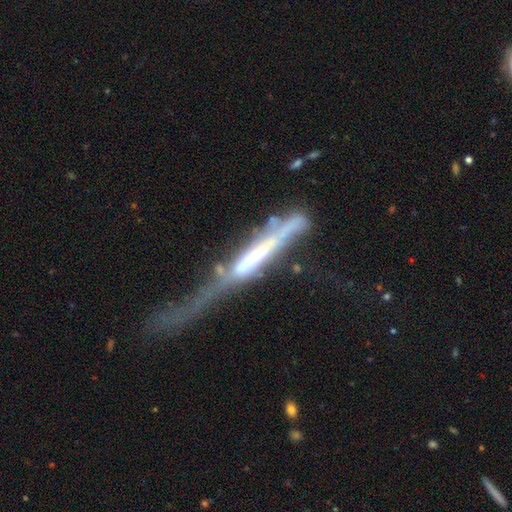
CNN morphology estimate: smooth-or-featured: featured or disk: 65% | smooth: 28% | star or artifact: 7%
  disk-edge-on: yes: 75% | no: 25%
  merging: major disturbance: 52% | minor disturbance: 19% | none: 18% | merger: 12%